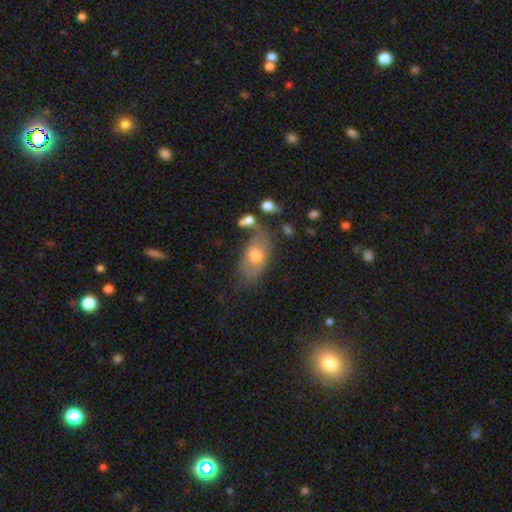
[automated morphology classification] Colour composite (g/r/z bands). It shows a smooth galaxy with no disk features (64%) that is in between round and cigar-shaped (89%). Merging: none (53%).